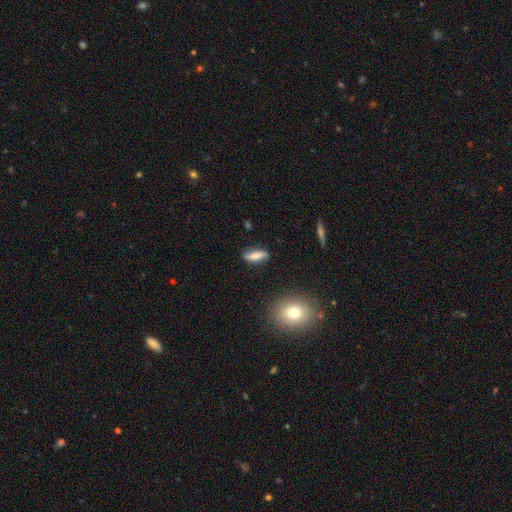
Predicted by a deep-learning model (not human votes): Q: Smooth or featured?
A: smooth (65%); runner-up: featured or disk (27%)
Q: How rounded?
A: in between (51%); runner-up: cigar-shaped (45%)
Q: Merging?
A: none (80%); runner-up: minor disturbance (15%)